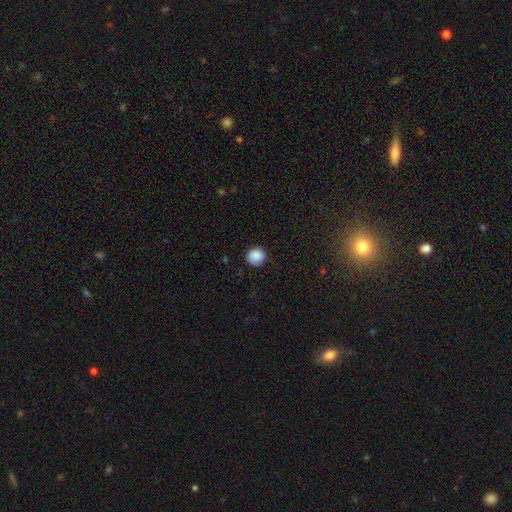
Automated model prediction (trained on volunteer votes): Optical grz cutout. It shows a smooth galaxy with no disk features (88%) that is round (94%). Merging: none (89%).